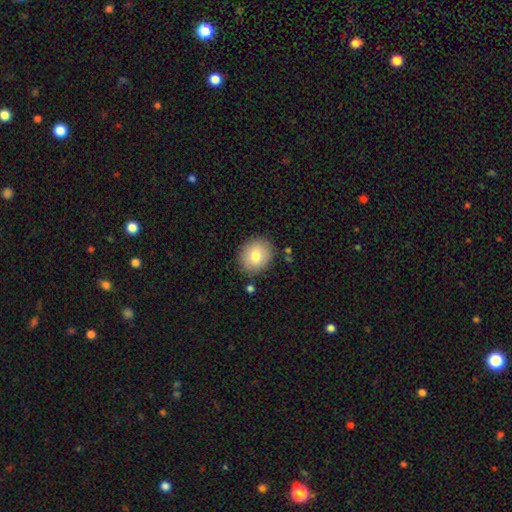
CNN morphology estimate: Smooth or featured? Predicted: smooth (p=0.78). How rounded? Predicted: round (p=0.73). Merging? Predicted: none (p=0.85).